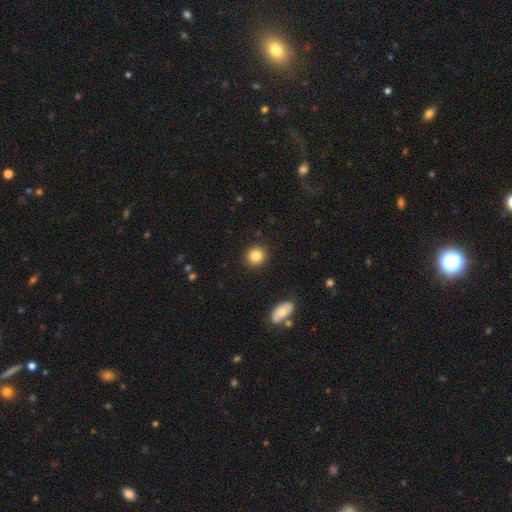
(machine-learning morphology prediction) Smooth or featured? Predicted: smooth (p=0.85). How rounded? Predicted: round (p=0.89). Merging? Predicted: none (p=0.90).